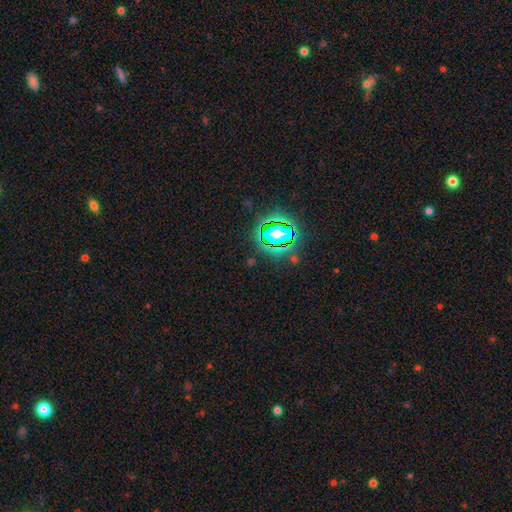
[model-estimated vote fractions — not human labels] A star or artifact, not a galaxy (79%).